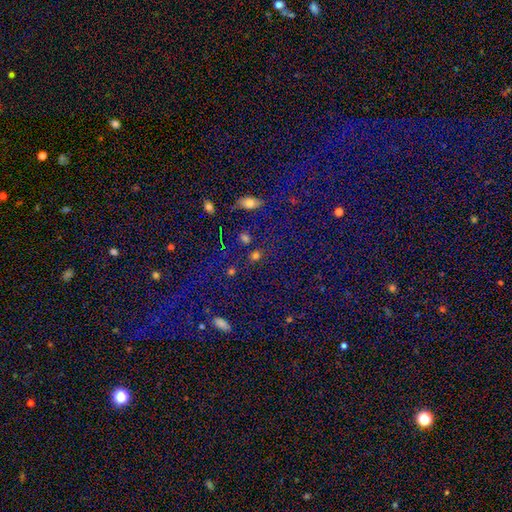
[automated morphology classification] A smooth galaxy with no disk features (53%) that is round (68%). Merging: none (74%).